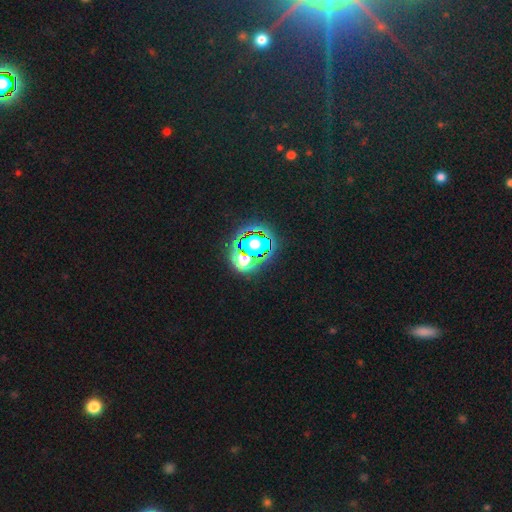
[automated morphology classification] star or artifact 80%, smooth 11%, featured or disk 9%.